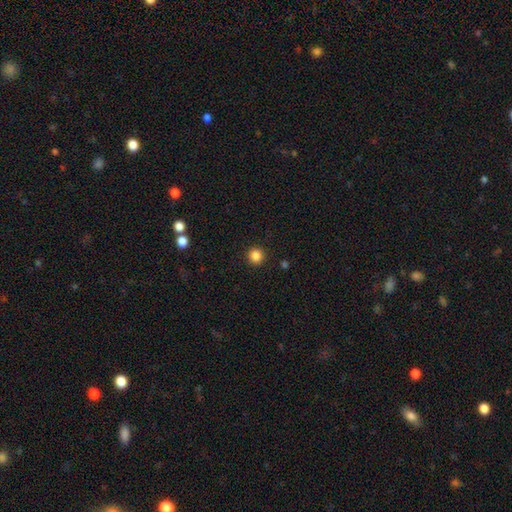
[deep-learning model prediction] smooth_or_featured: smooth (p=0.85) [alt: star or artifact p=0.11]
how_rounded: round (p=0.95) [alt: in between p=0.04]
merging: none (p=0.93) [alt: minor disturbance p=0.05]